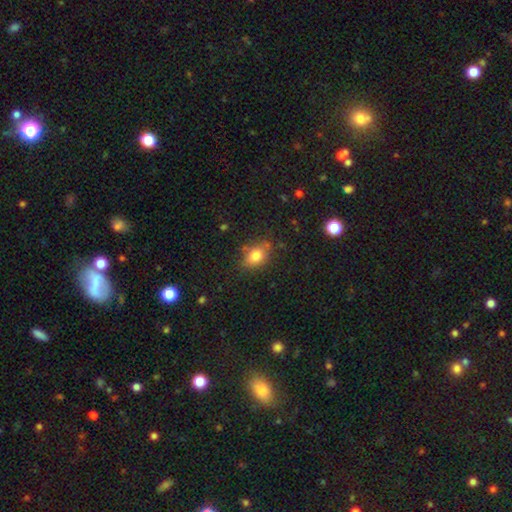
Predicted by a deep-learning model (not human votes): Smooth or featured: smooth — 79% (star or artifact — 11%)
How rounded: in between — 72% (round — 26%)
Merging: none — 73% (minor disturbance — 19%)